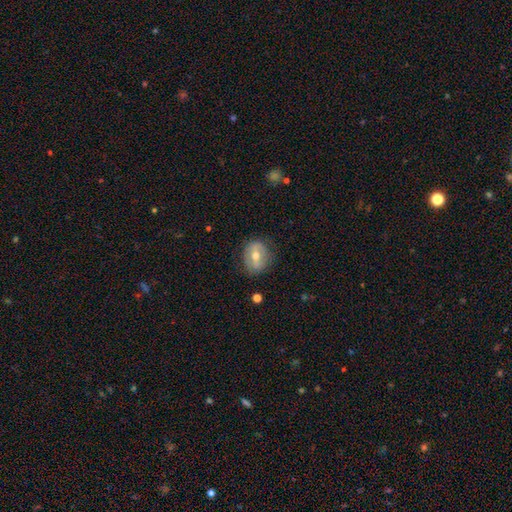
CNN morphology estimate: The model was most divided on "smooth or featured": featured or disk: 49%, smooth: 43%, star or artifact: 7%. More confident: merging — none (79%).